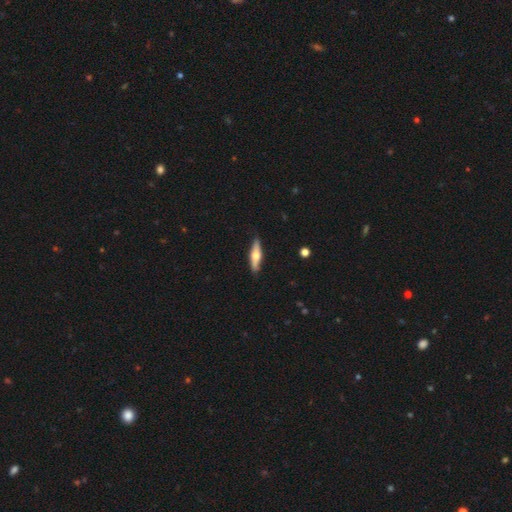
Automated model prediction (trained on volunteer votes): featured or disk 55%, smooth 40%, star or artifact 5%. Down the decision tree: edge-on disk — yes (92%); edge-on bulge — rounded (94%); merging — none (88%).